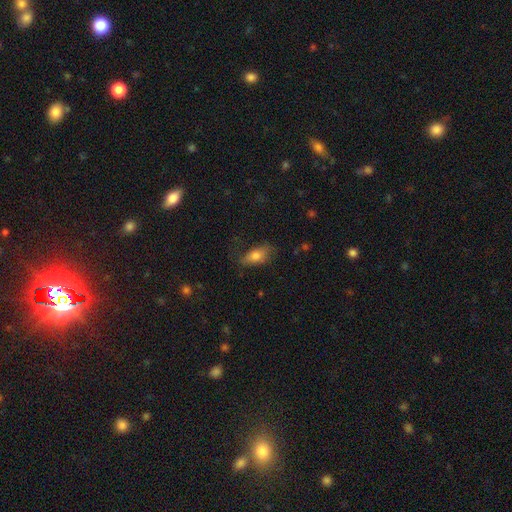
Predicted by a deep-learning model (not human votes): A smooth galaxy with no disk features (73%) that is in between round and cigar-shaped (81%).

Vote fractions:
- Smooth or featured? smooth: 73% / featured or disk: 19% / star or artifact: 8%
- How rounded? in between: 81% / cigar-shaped: 14% / round: 5%
- Merging? none: 65% / minor disturbance: 24% / major disturbance: 9% / merger: 2%